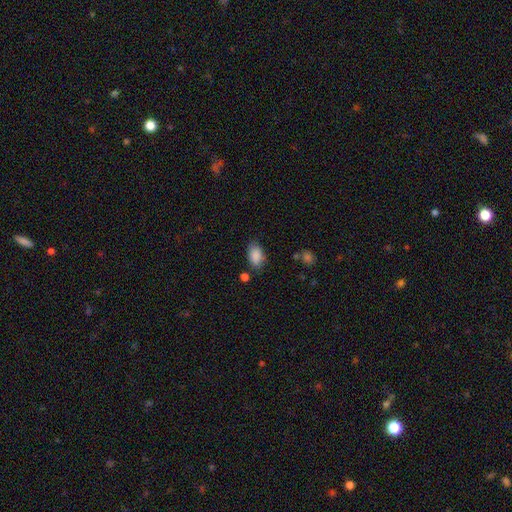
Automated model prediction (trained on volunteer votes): This is clearly a smooth galaxy (88%). How rounded: clearly in between (91%). Merging: likely none (77%).